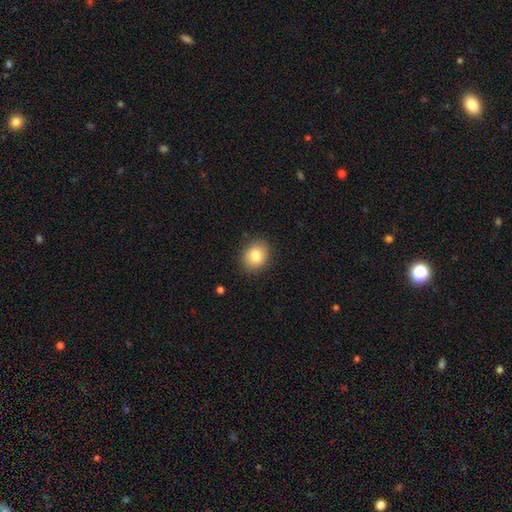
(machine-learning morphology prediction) smooth 82%, featured or disk 10%, star or artifact 9%. Down the decision tree: how rounded — round (53%); merging — none (87%).